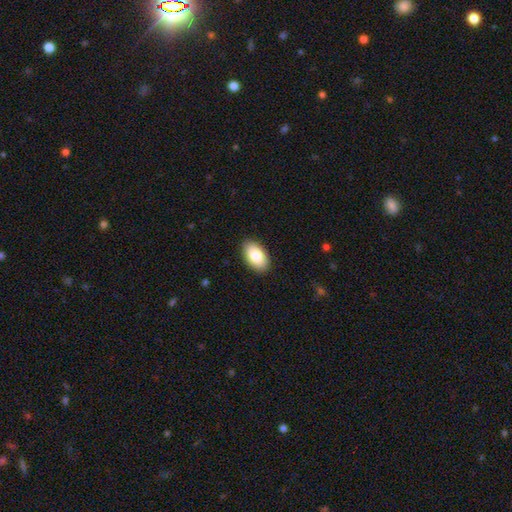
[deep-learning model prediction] Smooth or featured? smooth (84%)
How rounded? in between (94%)
Merging? none (89%)